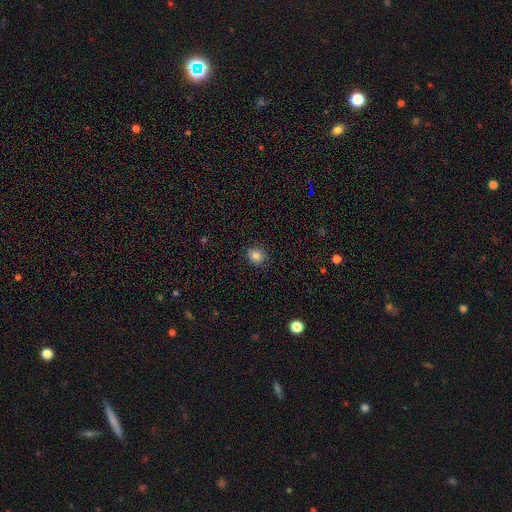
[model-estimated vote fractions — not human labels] smooth-or-featured: smooth: 84% | star or artifact: 12% | featured or disk: 4%
  how-rounded: round: 77% | in between: 22% | cigar-shaped: 1%
  merging: none: 88% | minor disturbance: 9% | major disturbance: 2% | merger: 1%